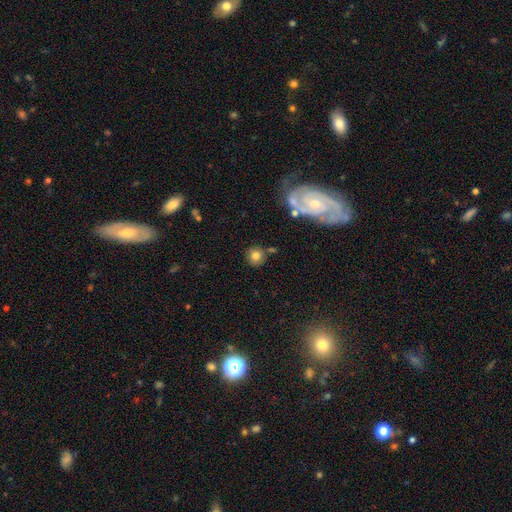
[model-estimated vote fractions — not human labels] This appears to be a smooth galaxy with no disk features (76%) that is round (90%). Merging: none (78%).